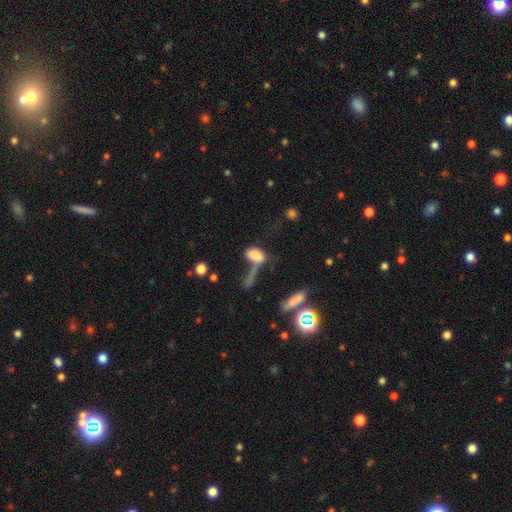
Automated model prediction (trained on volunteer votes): A smooth galaxy with no disk features (74%) that is in between round and cigar-shaped (87%).

Vote fractions:
- Smooth or featured? smooth: 74% / featured or disk: 15% / star or artifact: 11%
- How rounded? in between: 87% / round: 7% / cigar-shaped: 6%
- Merging? merger: 36% / major disturbance: 26% / none: 23% / minor disturbance: 14%